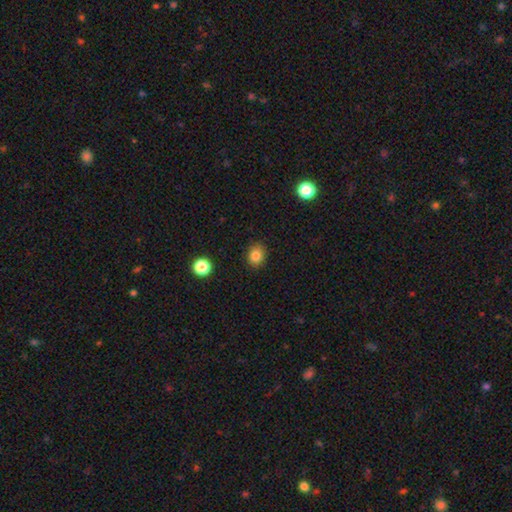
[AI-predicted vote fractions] smooth 83%, star or artifact 12%, featured or disk 6%. Down the decision tree: how rounded — round (61%); merging — none (88%).